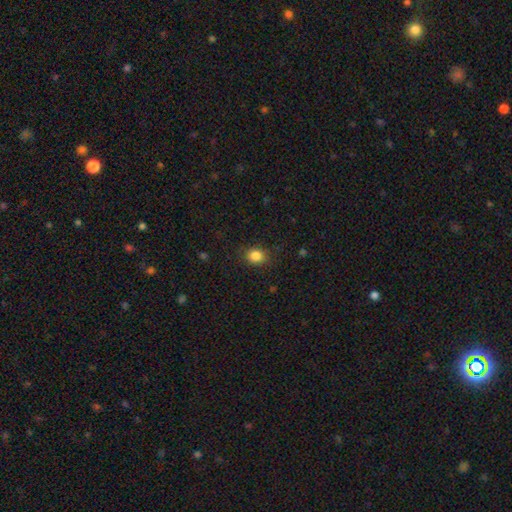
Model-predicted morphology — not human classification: This appears to be a smooth galaxy with no disk features (85%) that is round (65%). Merging: none (83%).